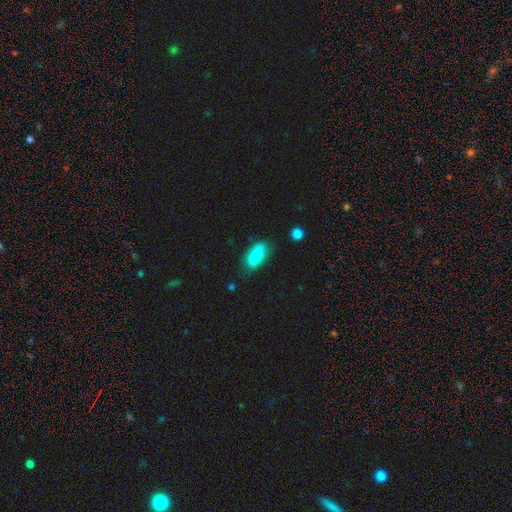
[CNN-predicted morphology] Smooth or featured: smooth — 83% (featured or disk — 10%)
How rounded: in between — 87% (cigar-shaped — 11%)
Merging: none — 68% (minor disturbance — 24%)